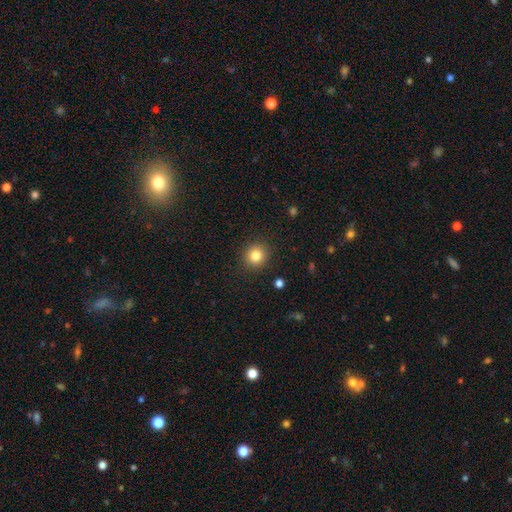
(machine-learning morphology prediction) smooth-or-featured: smooth: 82% | star or artifact: 12% | featured or disk: 6%
  how-rounded: round: 91% | in between: 8% | cigar-shaped: 1%
  merging: none: 90% | minor disturbance: 6% | major disturbance: 2% | merger: 1%